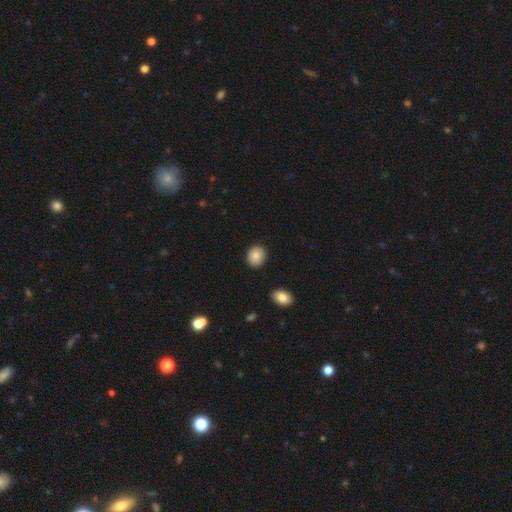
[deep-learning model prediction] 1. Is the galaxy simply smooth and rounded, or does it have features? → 87% smooth, 8% star or artifact, 6% featured or disk.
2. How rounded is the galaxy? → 67% round, 32% in between, 1% cigar-shaped.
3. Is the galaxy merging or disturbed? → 89% none, 7% minor disturbance, 2% major disturbance, 2% merger.